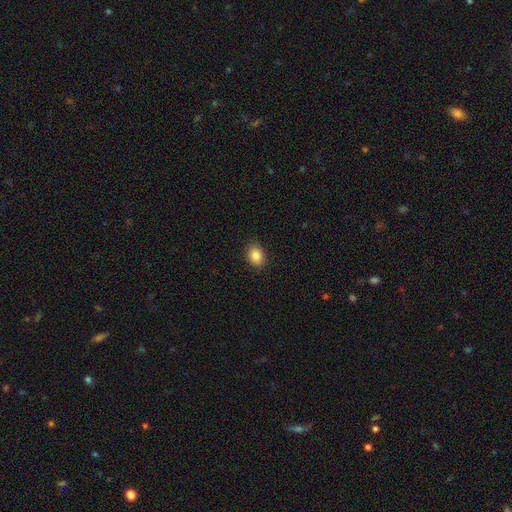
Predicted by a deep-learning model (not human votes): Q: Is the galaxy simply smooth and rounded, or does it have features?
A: smooth — 87%.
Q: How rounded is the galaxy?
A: in between — 72%.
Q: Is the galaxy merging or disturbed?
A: none — 87%.